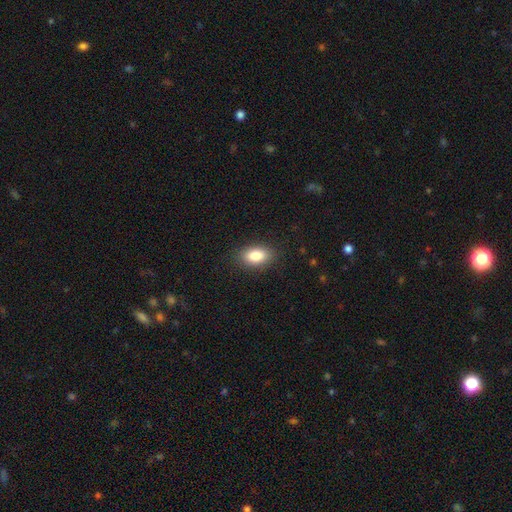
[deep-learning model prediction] Smooth or featured? Predicted: smooth (p=0.86). How rounded? Predicted: in between (p=0.91). Merging? Predicted: none (p=0.87).